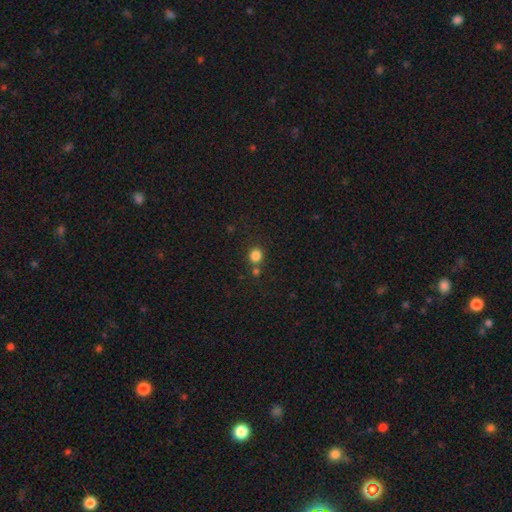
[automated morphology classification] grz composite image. It shows a smooth galaxy with no disk features (84%) that is round (84%). Merging: none (73%).